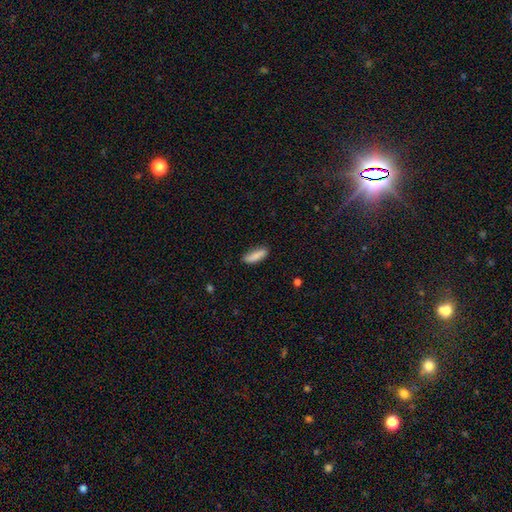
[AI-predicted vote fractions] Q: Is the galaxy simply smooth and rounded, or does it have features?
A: smooth — 86%.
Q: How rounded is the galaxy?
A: in between — 51%.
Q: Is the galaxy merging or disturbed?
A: none — 81%.